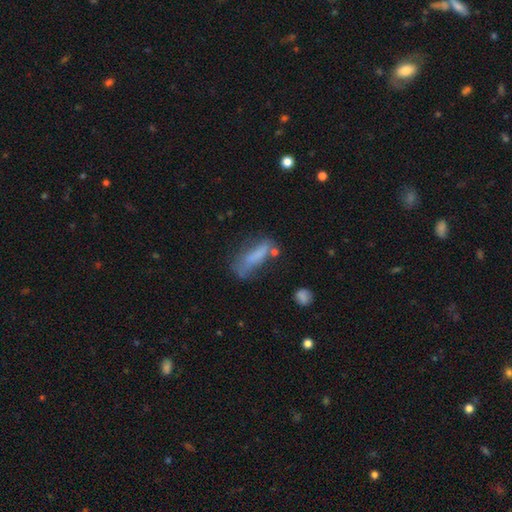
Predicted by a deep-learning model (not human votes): A smooth galaxy with no disk features (64%) that is cigar-shaped (58%). Merging: none (44%).